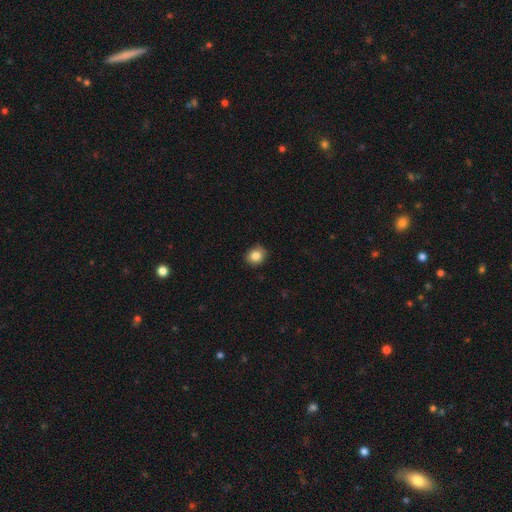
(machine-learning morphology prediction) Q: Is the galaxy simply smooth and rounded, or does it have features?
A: smooth — 85%.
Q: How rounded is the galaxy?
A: round — 73%.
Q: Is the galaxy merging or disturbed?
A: none — 87%.